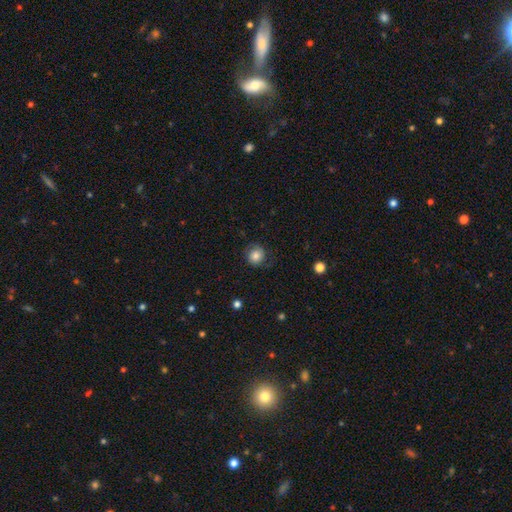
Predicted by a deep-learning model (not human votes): Smooth or featured?
  - smooth: 73% *
  - featured or disk: 18%
  - star or artifact: 10%
How rounded?
  - round: 87% *
  - in between: 13%
  - cigar-shaped: 1%
Merging?
  - none: 74% *
  - minor disturbance: 17%
  - major disturbance: 8%
  - merger: 1%